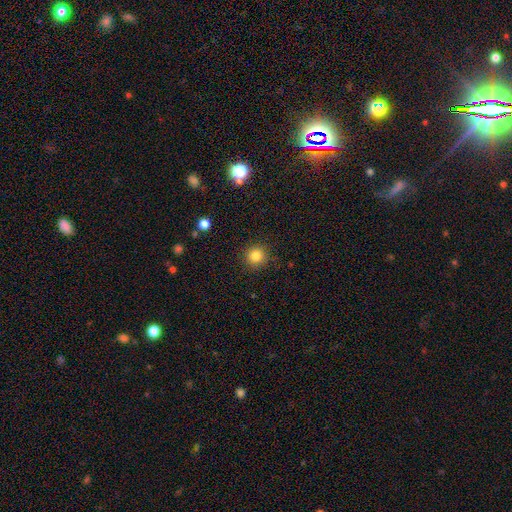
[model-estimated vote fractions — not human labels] A smooth galaxy with no disk features (84%) that is round (93%). Merging: none (90%).